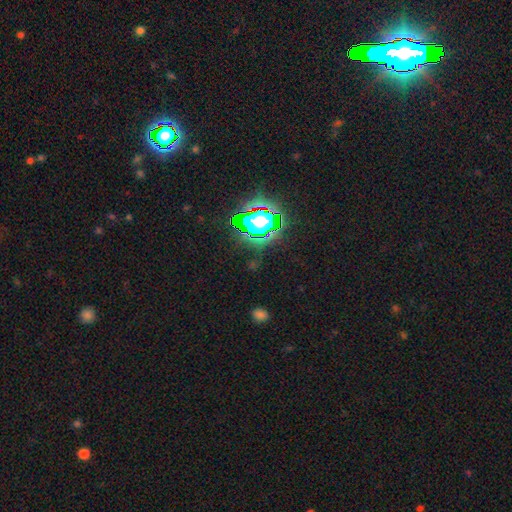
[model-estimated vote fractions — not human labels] smooth_or_featured: star or artifact (p=0.79) [alt: smooth p=0.13]